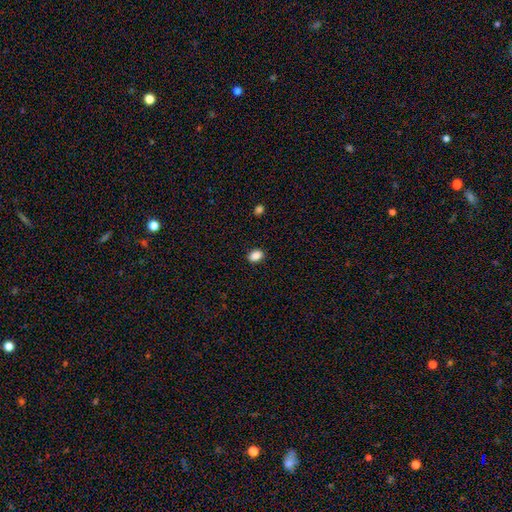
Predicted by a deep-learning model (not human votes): The model was most divided on "how rounded": in between: 76%, round: 23%, cigar-shaped: 1%. More confident: merging — none (89%); smooth or featured — smooth (88%).